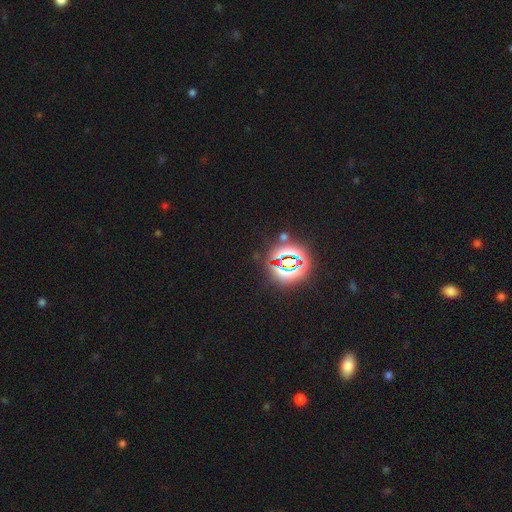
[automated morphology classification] Smooth or featured?
  - star or artifact: 85% *
  - smooth: 10%
  - featured or disk: 5%